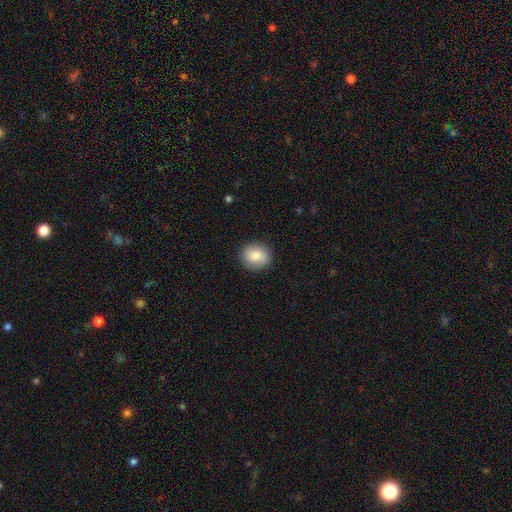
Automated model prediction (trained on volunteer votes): Smooth or featured?
  - smooth: 79% *
  - featured or disk: 13%
  - star or artifact: 7%
How rounded?
  - round: 81% *
  - in between: 18%
  - cigar-shaped: 1%
Merging?
  - none: 88% *
  - minor disturbance: 9%
  - major disturbance: 2%
  - merger: 1%